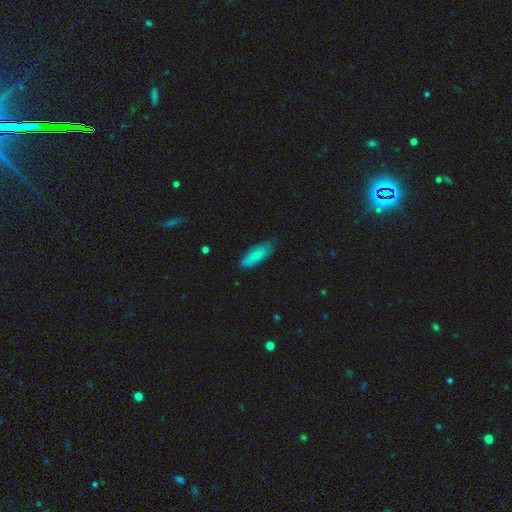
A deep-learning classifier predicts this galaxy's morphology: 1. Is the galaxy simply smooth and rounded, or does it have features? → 75% smooth, 20% featured or disk, 6% star or artifact.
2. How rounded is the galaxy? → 65% in between, 33% cigar-shaped, 2% round.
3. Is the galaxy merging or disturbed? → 76% none, 19% minor disturbance, 3% major disturbance, 1% merger.